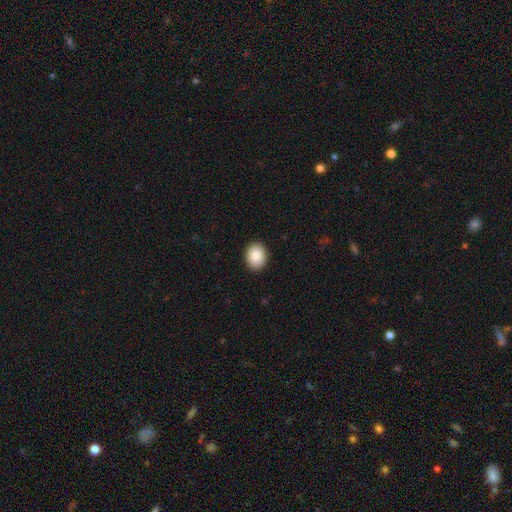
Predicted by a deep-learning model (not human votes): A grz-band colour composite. It shows a smooth galaxy with no disk features (84%) that is round (52%). Merging: none (92%).